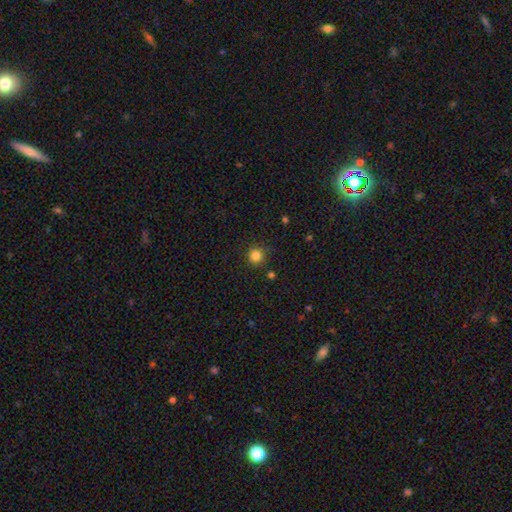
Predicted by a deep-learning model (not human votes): Q: Smooth or featured?
A: smooth (83%); runner-up: star or artifact (13%)
Q: How rounded?
A: round (94%); runner-up: in between (5%)
Q: Merging?
A: none (87%); runner-up: minor disturbance (8%)